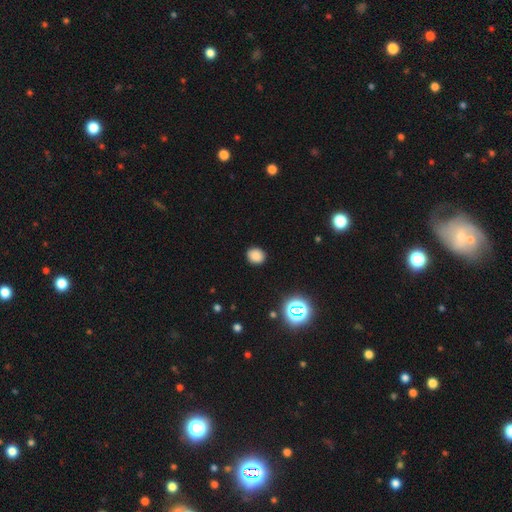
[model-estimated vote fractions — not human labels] smooth 84%, star or artifact 13%, featured or disk 4%. Down the decision tree: how rounded — round (75%); merging — none (90%).